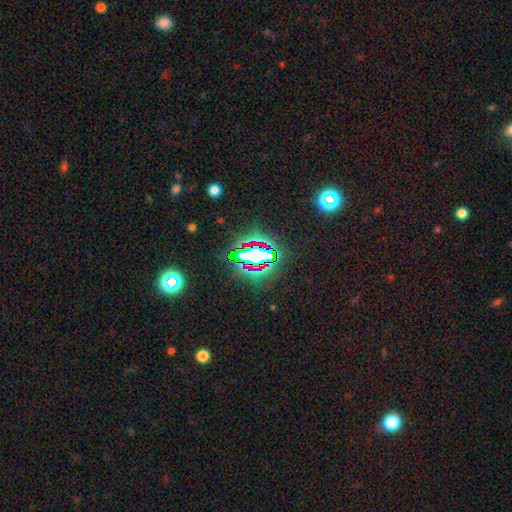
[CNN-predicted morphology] Smooth or featured?
  - star or artifact: 64% *
  - smooth: 22%
  - featured or disk: 13%